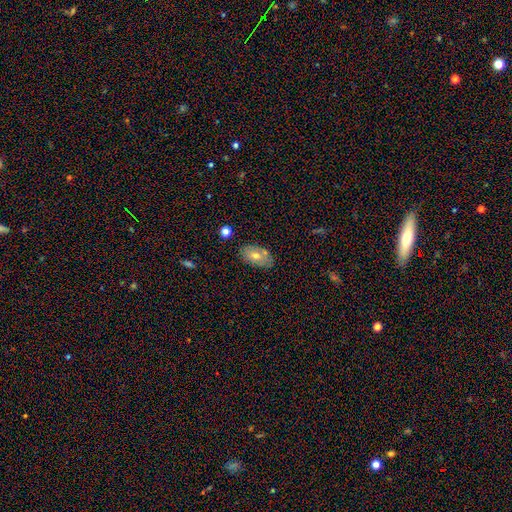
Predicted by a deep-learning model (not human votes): smooth_or_featured: smooth (p=0.61) [alt: featured or disk p=0.29]
how_rounded: in between (p=0.90) [alt: round p=0.08]
merging: none (p=0.77) [alt: minor disturbance p=0.15]